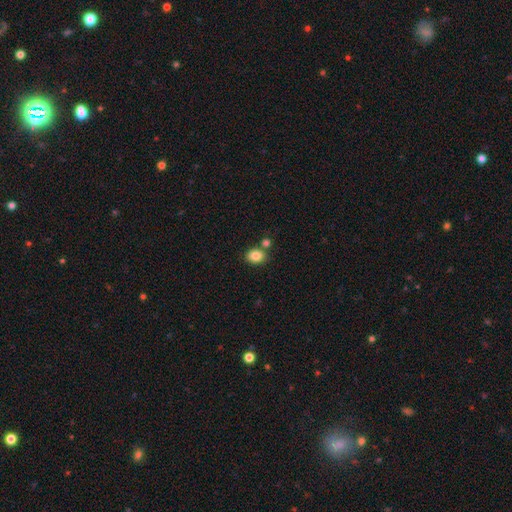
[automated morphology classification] Smooth or featured? Predicted: smooth (p=0.85). How rounded? Predicted: in between (p=0.56). Merging? Predicted: none (p=0.70).